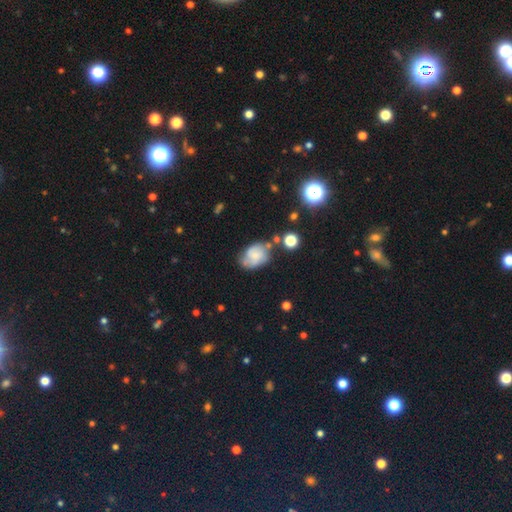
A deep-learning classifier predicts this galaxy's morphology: This appears to be a smooth galaxy with no disk features (48%). Merging: none (48%).